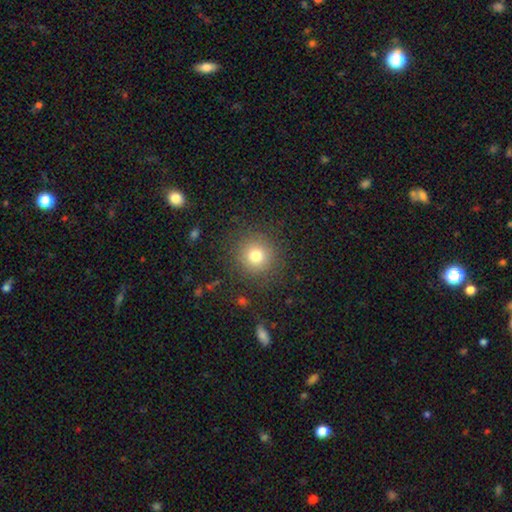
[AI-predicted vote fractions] This is likely a smooth galaxy (77%). How rounded: clearly round (93%). Merging: clearly none (87%).